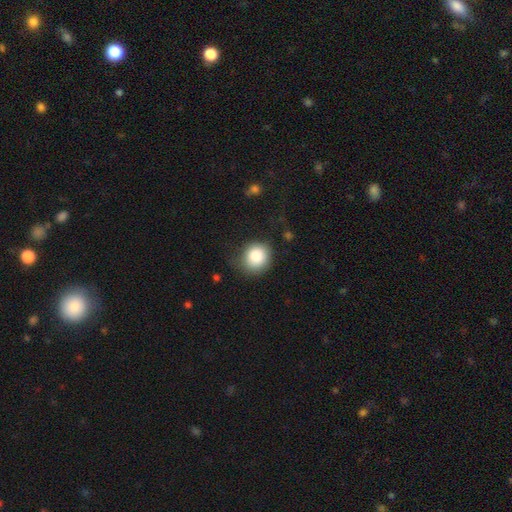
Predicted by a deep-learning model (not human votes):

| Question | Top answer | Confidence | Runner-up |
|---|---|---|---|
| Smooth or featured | smooth | 83% | star or artifact (9%) |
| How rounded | round | 83% | in between (16%) |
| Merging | none | 74% | minor disturbance (18%) |